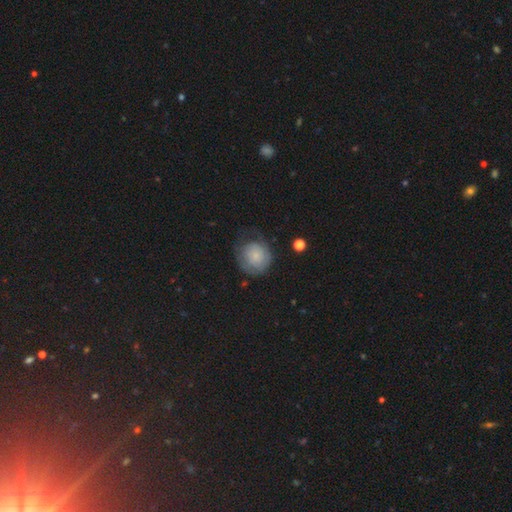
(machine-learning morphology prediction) Smooth or featured? smooth (61%)
How rounded? round (86%)
Merging? none (51%)